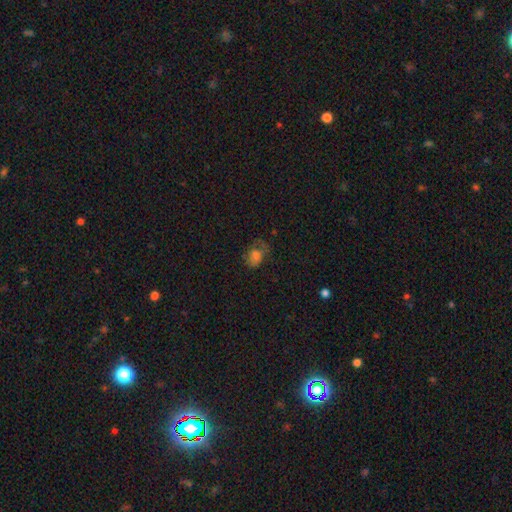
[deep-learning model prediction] Overall: smooth (66%). How rounded: in between (71%). Merging: none (45%; minor disturbance 29%).